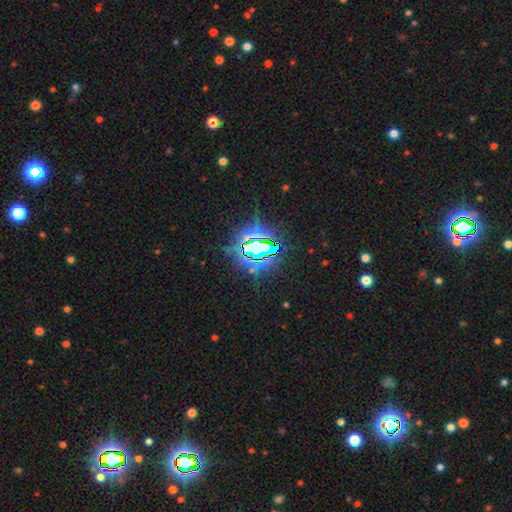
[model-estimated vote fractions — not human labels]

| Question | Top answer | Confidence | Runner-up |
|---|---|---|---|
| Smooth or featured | star or artifact | 81% | smooth (9%) |